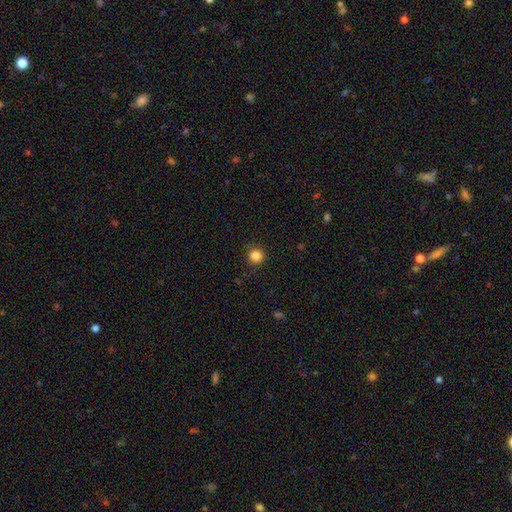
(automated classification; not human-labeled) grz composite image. It shows a smooth galaxy with no disk features (85%) that is round (94%). Merging: none (88%).